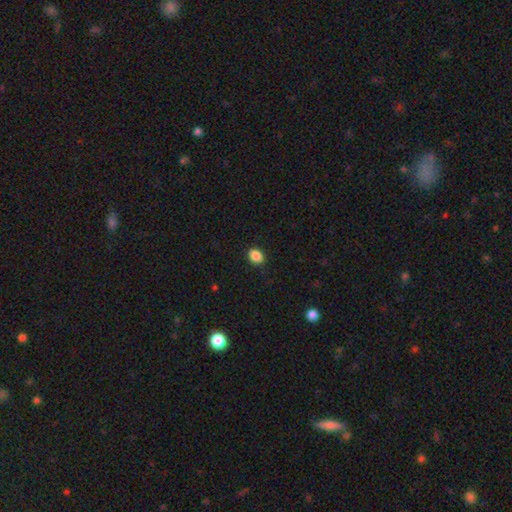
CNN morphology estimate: Overall: smooth (88%). How rounded: in between (60%; round 39%). Merging: none (87%).